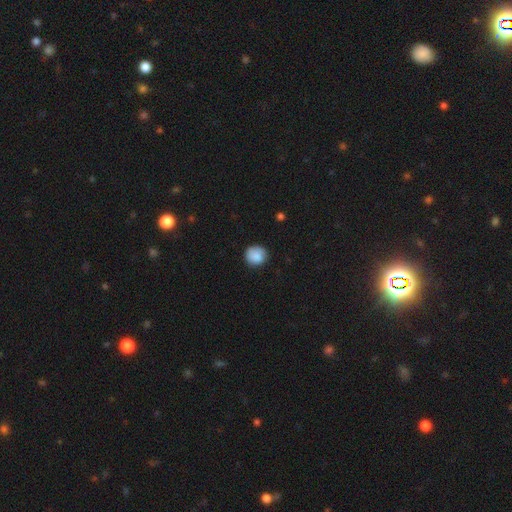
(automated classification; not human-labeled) Smooth or featured? smooth (84%)
How rounded? round (87%)
Merging? none (79%)